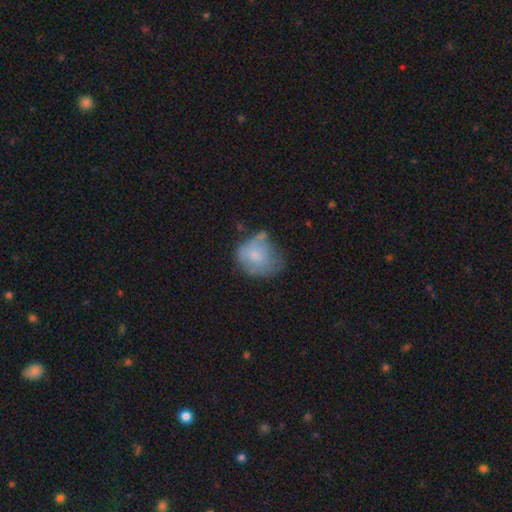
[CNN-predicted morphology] The model was most divided on "merging": minor disturbance: 37%, none: 31%, major disturbance: 24%, merger: 9%. More confident: smooth or featured — smooth (64%); how rounded — round (57%).